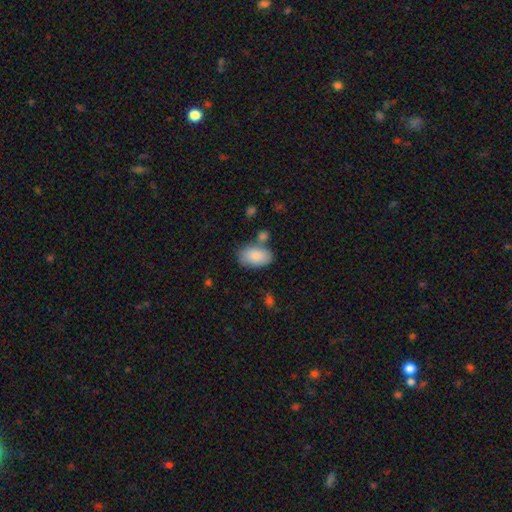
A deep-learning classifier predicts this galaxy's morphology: Smooth or featured?
  - smooth: 86% *
  - featured or disk: 8%
  - star or artifact: 6%
How rounded?
  - in between: 93% *
  - round: 5%
  - cigar-shaped: 1%
Merging?
  - none: 66% *
  - minor disturbance: 17%
  - merger: 13%
  - major disturbance: 5%